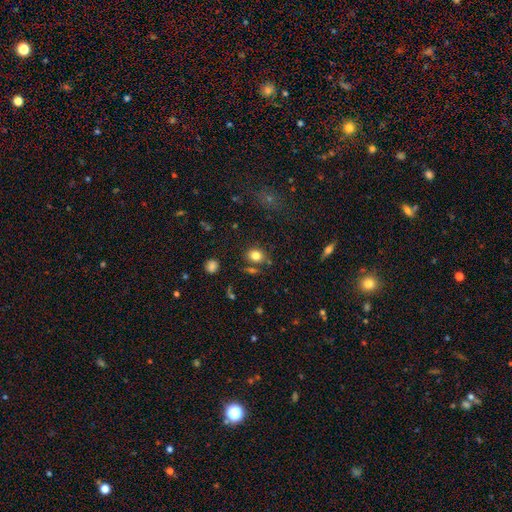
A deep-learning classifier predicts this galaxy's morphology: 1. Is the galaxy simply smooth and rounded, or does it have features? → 80% smooth, 12% star or artifact, 8% featured or disk.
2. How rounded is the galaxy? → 51% round, 47% in between, 1% cigar-shaped.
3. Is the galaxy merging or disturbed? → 74% none, 13% minor disturbance, 9% merger, 4% major disturbance.